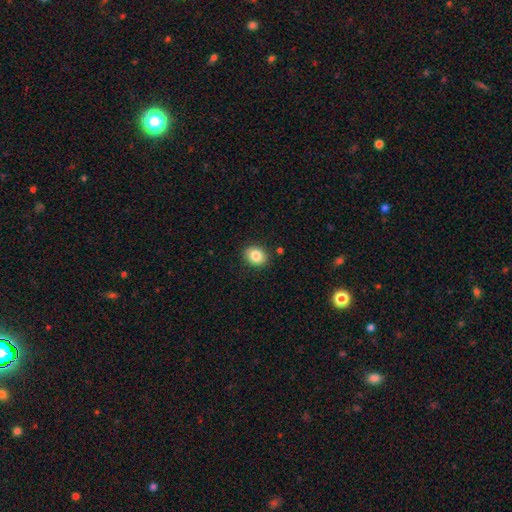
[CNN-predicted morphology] The model was most divided on "how rounded": in between: 52%, round: 47%, cigar-shaped: 1%. More confident: merging — none (88%); smooth or featured — smooth (84%).